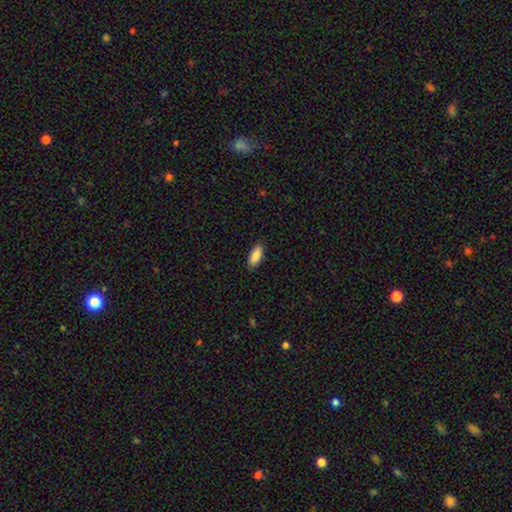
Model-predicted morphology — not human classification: Q: Smooth or featured?
A: smooth (88%); runner-up: featured or disk (6%)
Q: How rounded?
A: in between (84%); runner-up: cigar-shaped (14%)
Q: Merging?
A: none (88%); runner-up: minor disturbance (9%)